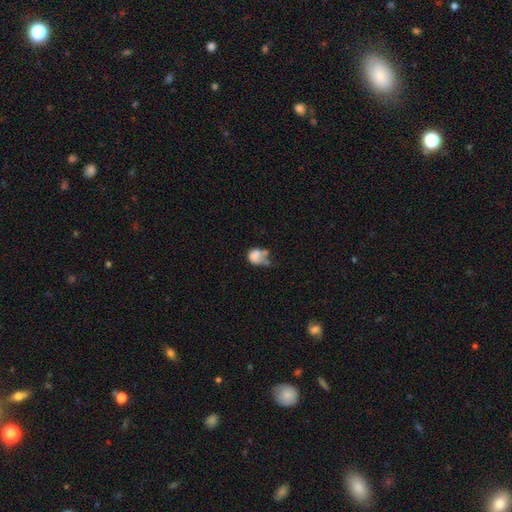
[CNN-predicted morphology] Smooth or featured? Predicted: smooth (p=0.72). How rounded? Predicted: round (p=0.53). Merging? Predicted: merger (p=0.29).